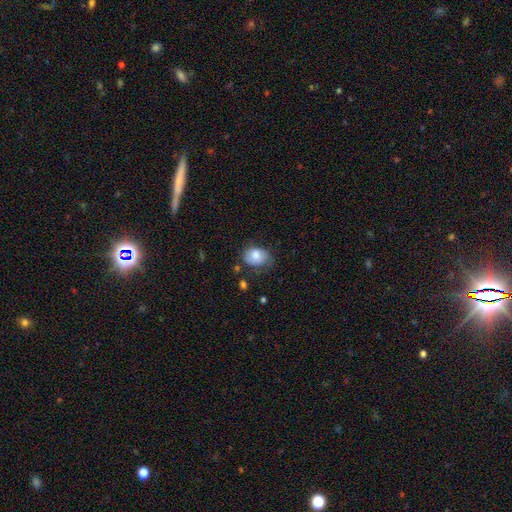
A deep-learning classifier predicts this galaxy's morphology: smooth 78%, featured or disk 14%, star or artifact 8%. Down the decision tree: how rounded — in between (63%); merging — none (57%).